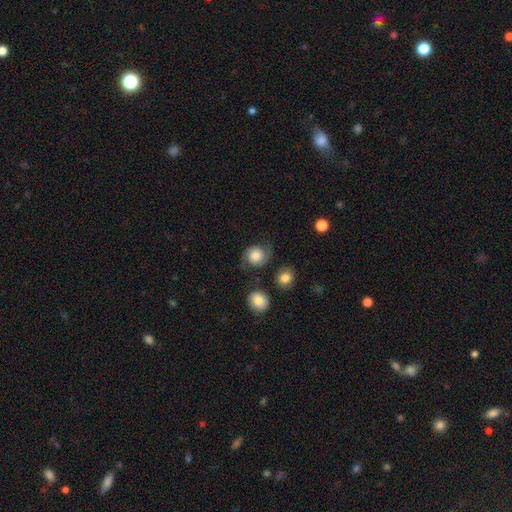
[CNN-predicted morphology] Smooth or featured? featured or disk (57%)
Edge-on disk? no (98%)
Bar? no (76%)
Spiral arms? yes (92%)
Spiral winding? medium (49%)
Spiral arm count? 2 (91%)
Bulge size? large (40%)
Merging? none (68%)